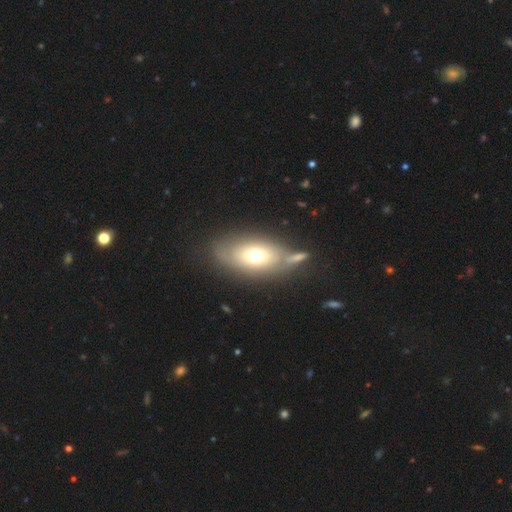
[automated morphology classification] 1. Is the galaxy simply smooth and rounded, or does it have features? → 61% smooth, 30% featured or disk, 9% star or artifact.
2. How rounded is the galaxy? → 83% in between, 12% round, 4% cigar-shaped.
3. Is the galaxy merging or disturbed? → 56% none, 19% merger, 16% minor disturbance, 9% major disturbance.